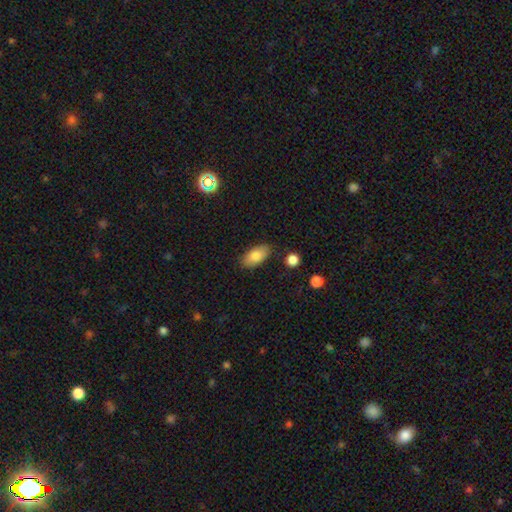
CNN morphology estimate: Overall: smooth (83%). How rounded: in between (91%). Merging: none (84%).